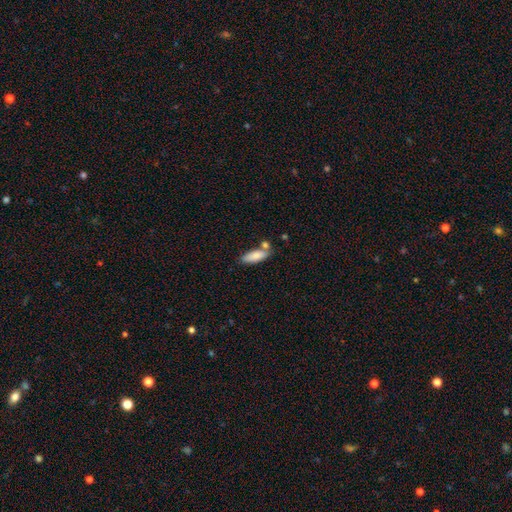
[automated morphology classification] A smooth galaxy with no disk features (83%) that is in between round and cigar-shaped (68%). Merging: none (64%).